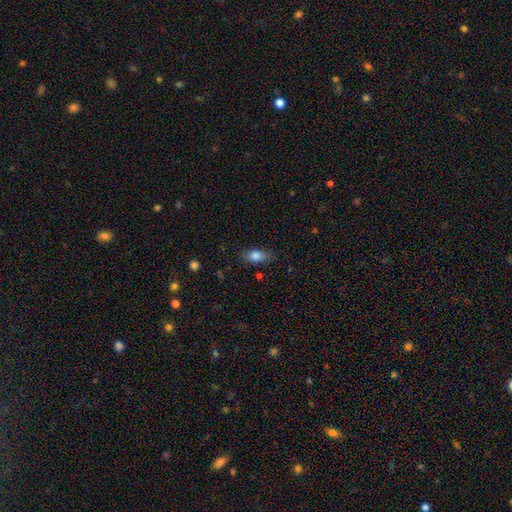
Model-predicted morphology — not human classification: Smooth or featured? smooth (81%)
How rounded? in between (82%)
Merging? none (75%)